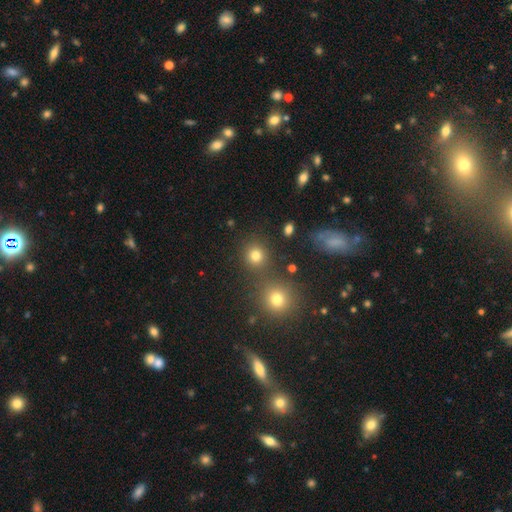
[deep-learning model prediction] smooth_or_featured: smooth (p=0.78) [alt: star or artifact p=0.16]
how_rounded: round (p=0.88) [alt: in between p=0.11]
merging: none (p=0.75) [alt: merger p=0.14]